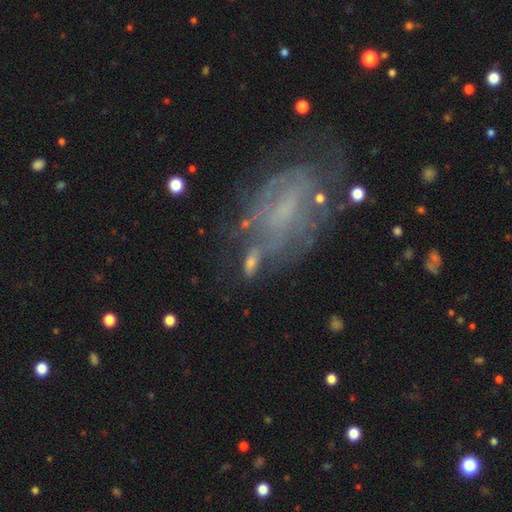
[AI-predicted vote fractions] A featured or disk galaxy (68%) with no bar (55%), spiral arms (64%) and no central bulge (45%). Merging: none (48%).